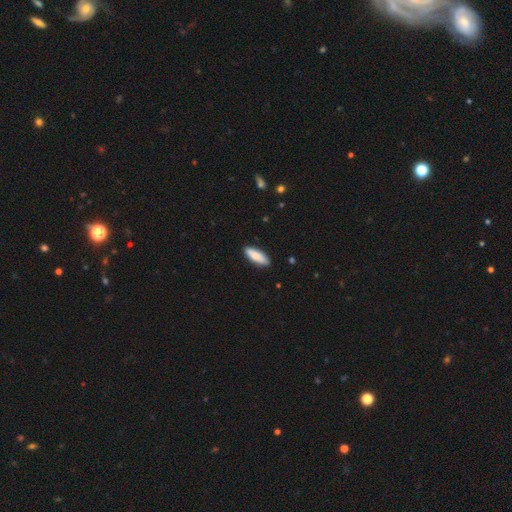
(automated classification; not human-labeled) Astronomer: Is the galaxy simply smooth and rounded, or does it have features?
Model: smooth — 84%.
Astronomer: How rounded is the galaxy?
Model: in between — 63%.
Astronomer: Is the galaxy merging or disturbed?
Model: none — 88%.